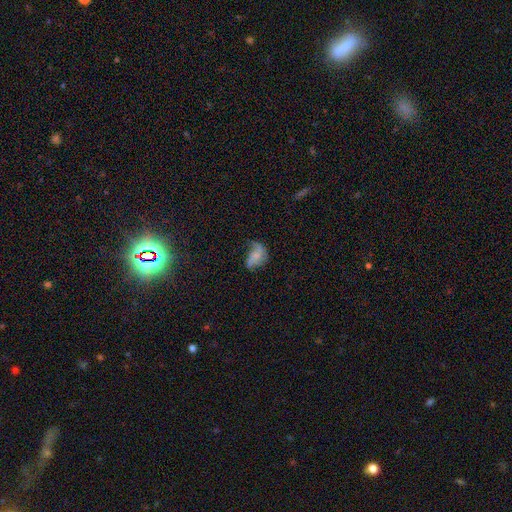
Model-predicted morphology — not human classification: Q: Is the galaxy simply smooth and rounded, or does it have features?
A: featured or disk — 46%.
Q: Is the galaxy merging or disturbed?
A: major disturbance — 33%.